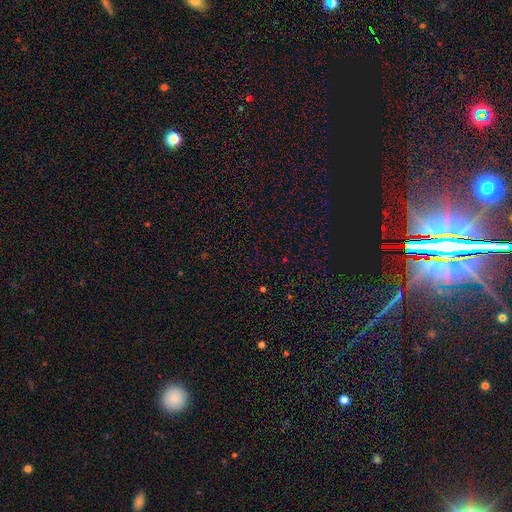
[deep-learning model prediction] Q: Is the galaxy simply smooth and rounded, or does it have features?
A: star or artifact — 64%.